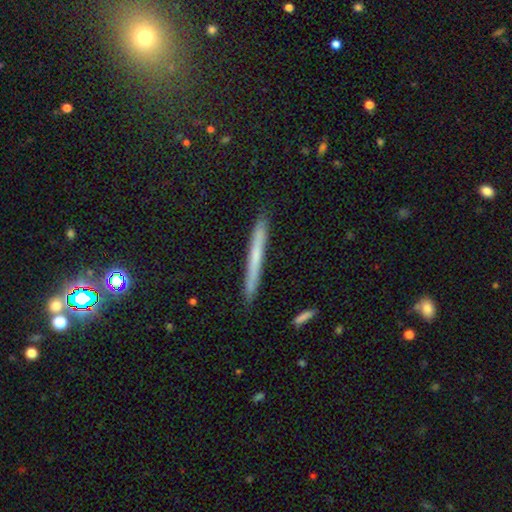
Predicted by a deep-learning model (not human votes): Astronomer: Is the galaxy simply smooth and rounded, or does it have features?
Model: smooth — 55% (runner-up: featured or disk, 36%).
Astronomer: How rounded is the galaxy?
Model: cigar-shaped — 97%.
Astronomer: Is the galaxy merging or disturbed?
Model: none — 89%.